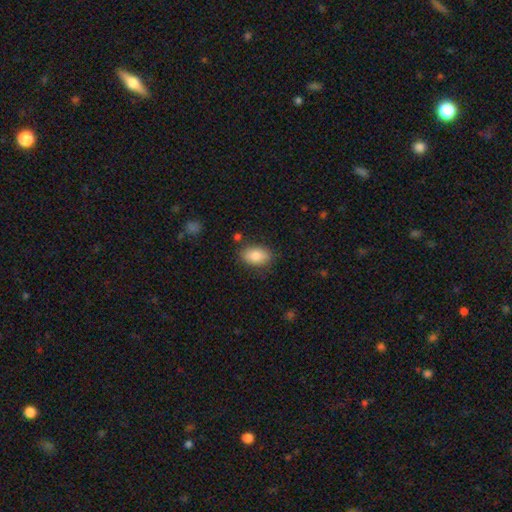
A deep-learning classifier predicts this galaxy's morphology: smooth_or_featured: smooth (p=0.85) [alt: featured or disk p=0.08]
how_rounded: in between (p=0.89) [alt: round p=0.09]
merging: none (p=0.81) [alt: minor disturbance p=0.13]